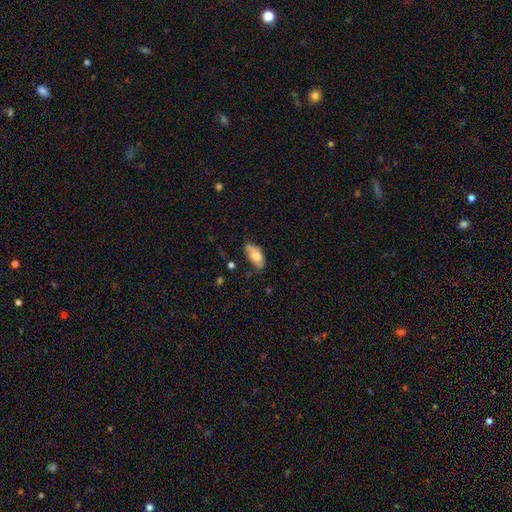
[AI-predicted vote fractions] A smooth galaxy with no disk features (70%) that is in between round and cigar-shaped (88%).

Vote fractions:
- Smooth or featured? smooth: 70% / featured or disk: 23% / star or artifact: 7%
- How rounded? in between: 88% / cigar-shaped: 9% / round: 3%
- Merging? none: 54% / minor disturbance: 32% / major disturbance: 9% / merger: 4%